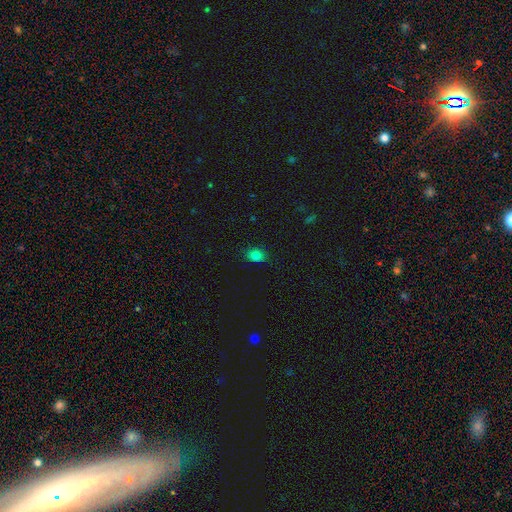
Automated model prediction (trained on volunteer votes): smooth 81%, star or artifact 14%, featured or disk 5%. Down the decision tree: how rounded — in between (52%); merging — none (84%).